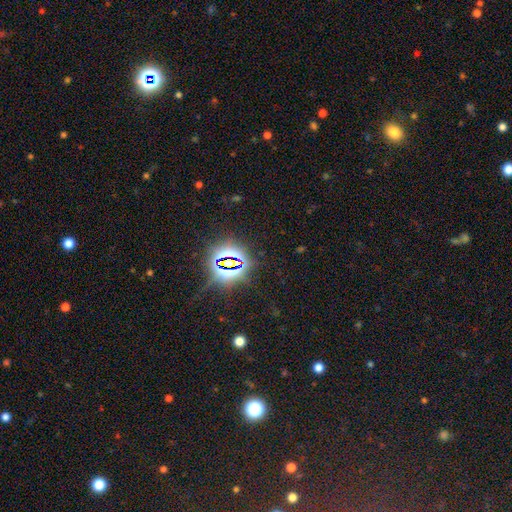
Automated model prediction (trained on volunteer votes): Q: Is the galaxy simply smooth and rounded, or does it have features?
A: star or artifact — 80%.